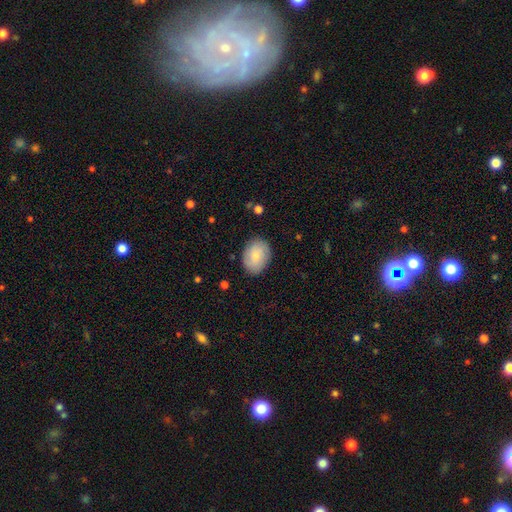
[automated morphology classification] smooth 77%, featured or disk 17%, star or artifact 6%. Down the decision tree: how rounded — in between (71%); merging — none (84%).